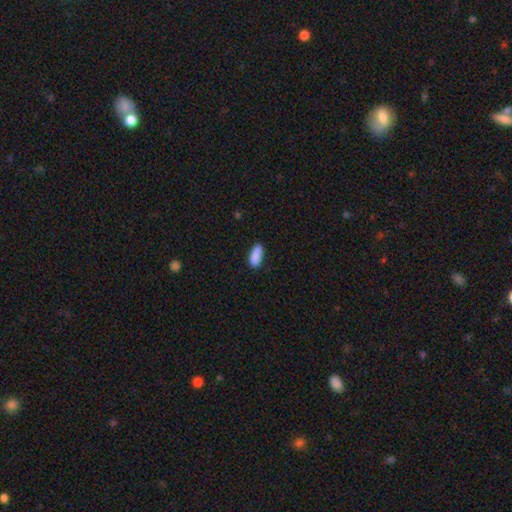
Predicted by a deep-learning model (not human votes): The model was most divided on "how rounded": in between: 78%, cigar-shaped: 20%, round: 2%. More confident: smooth or featured — smooth (89%); merging — none (79%).